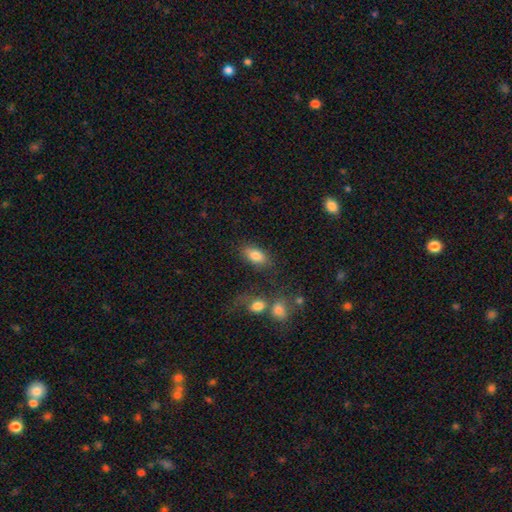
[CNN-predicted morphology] A smooth galaxy with no disk features (82%) that is in between round and cigar-shaped (89%).

Vote fractions:
- Smooth or featured? smooth: 82% / featured or disk: 10% / star or artifact: 8%
- How rounded? in between: 89% / round: 6% / cigar-shaped: 6%
- Merging? none: 76% / minor disturbance: 12% / merger: 6% / major disturbance: 5%